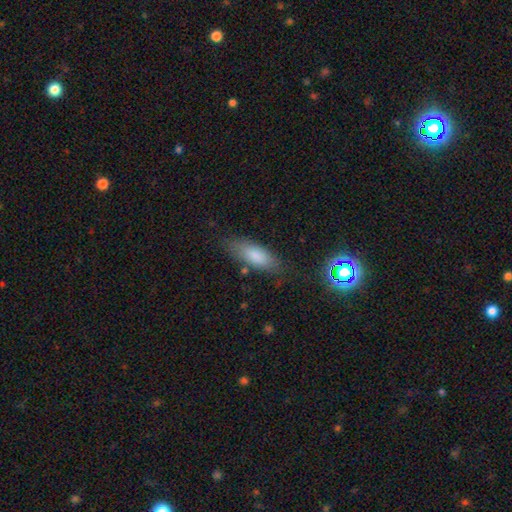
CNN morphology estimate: This is clearly a smooth galaxy (81%). How rounded: likely in between (72%). Merging: likely none (76%).